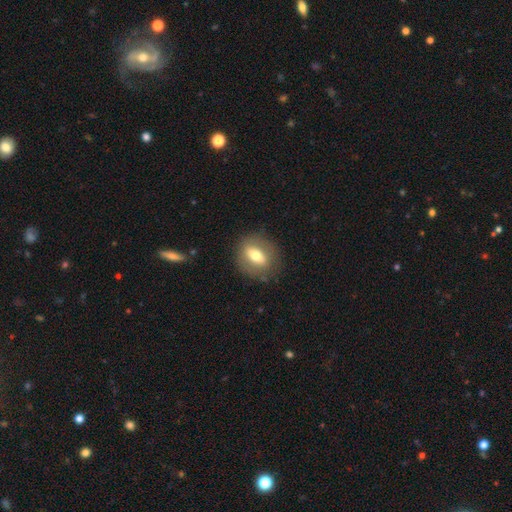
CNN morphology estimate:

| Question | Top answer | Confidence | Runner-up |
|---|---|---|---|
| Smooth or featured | smooth | 59% | featured or disk (33%) |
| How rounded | in between | 55% | round (41%) |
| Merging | none | 81% | minor disturbance (13%) |